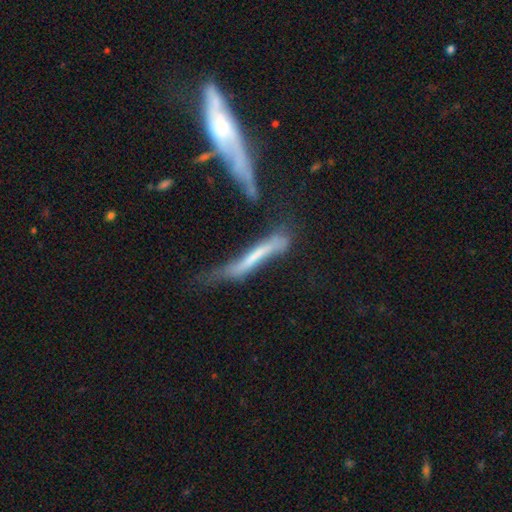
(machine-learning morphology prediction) Q: Smooth or featured?
A: featured or disk (51%); runner-up: smooth (42%)
Q: Edge-on disk?
A: yes (68%); runner-up: no (32%)
Q: Merging?
A: none (28%); runner-up: major disturbance (25%)